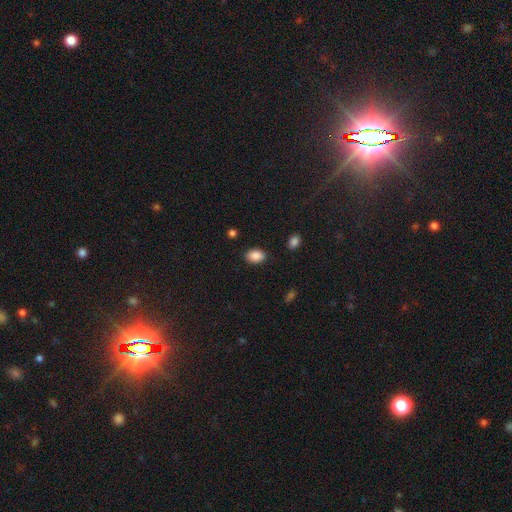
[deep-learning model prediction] Morphology: type=smooth (88%); roundness=in between (80%); merging=none (85%).